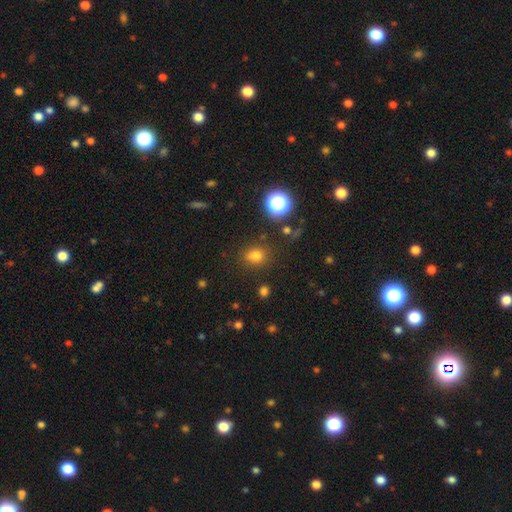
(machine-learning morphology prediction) Smooth or featured: smooth — 74% (star or artifact — 19%)
How rounded: round — 61% (in between — 38%)
Merging: none — 77% (minor disturbance — 13%)